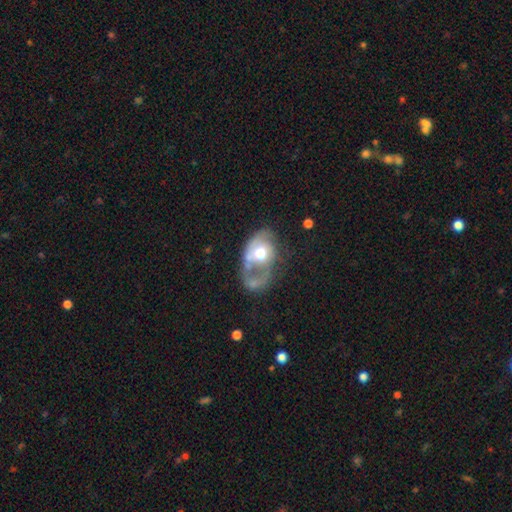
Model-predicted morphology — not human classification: This is likely a featured or disk galaxy (60%). It is clearly not viewed edge-on (96%). Bar: clearly no (82%). Spiral arm pattern: possibly no (52%). Central bulge: likely moderate (69%). Merging: marginally major disturbance (41%).